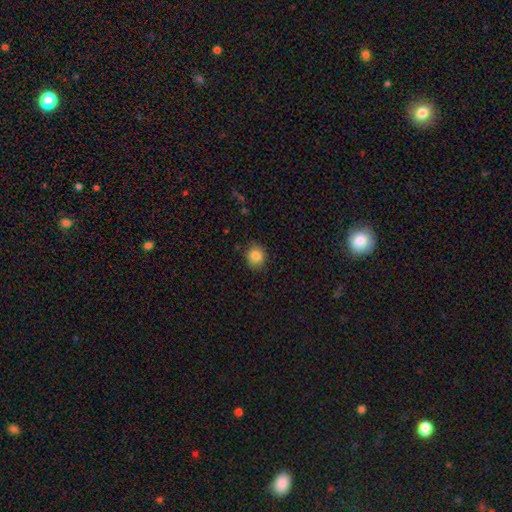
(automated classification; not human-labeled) A smooth galaxy with no disk features (84%) that is round (77%). Merging: none (82%).